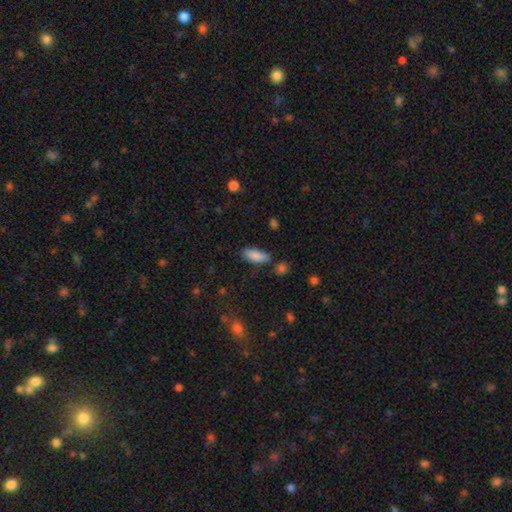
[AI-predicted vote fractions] A smooth galaxy with no disk features (87%) that is in between round and cigar-shaped (81%).

Vote fractions:
- Smooth or featured? smooth: 87% / star or artifact: 7% / featured or disk: 6%
- How rounded? in between: 81% / cigar-shaped: 17% / round: 2%
- Merging? none: 77% / minor disturbance: 15% / merger: 4% / major disturbance: 4%